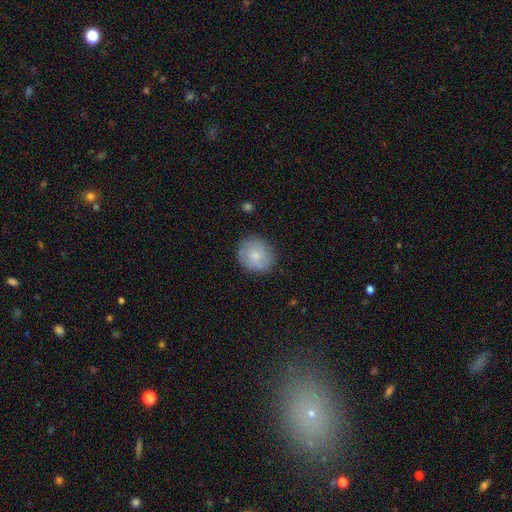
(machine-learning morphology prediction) This is likely a smooth galaxy (69%). How rounded: likely round (79%). Merging: clearly none (82%).